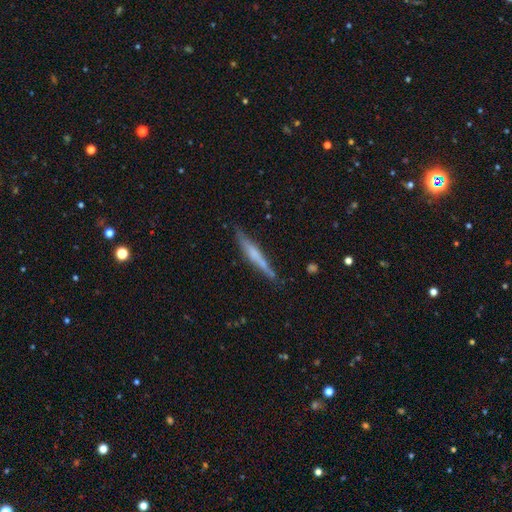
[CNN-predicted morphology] Q: Smooth or featured?
A: featured or disk (54%); runner-up: smooth (40%)
Q: Edge-on disk?
A: yes (95%); runner-up: no (5%)
Q: Edge-on bulge?
A: none (48%); runner-up: rounded (32%)
Q: Merging?
A: none (80%); runner-up: minor disturbance (15%)